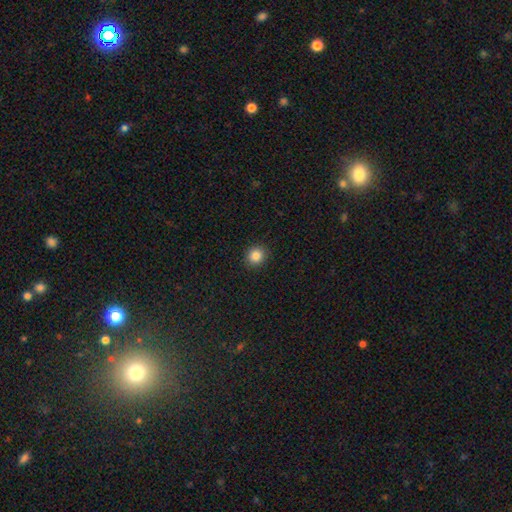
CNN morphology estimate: This is clearly a smooth galaxy (85%). How rounded: clearly round (88%). Merging: clearly none (92%).